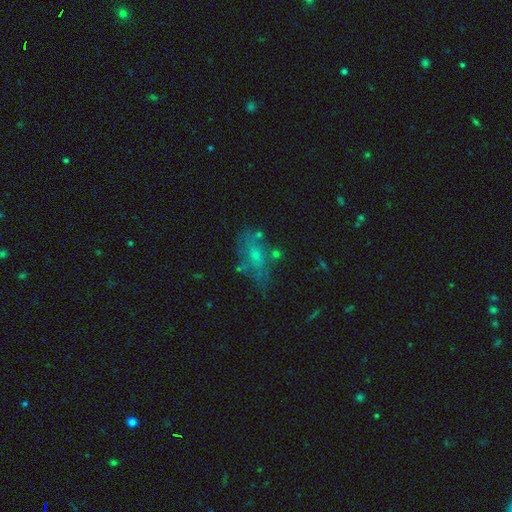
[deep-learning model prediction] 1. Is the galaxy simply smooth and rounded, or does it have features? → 44% smooth, 42% featured or disk, 14% star or artifact.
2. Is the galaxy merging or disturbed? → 47% none, 25% minor disturbance, 19% major disturbance, 9% merger.